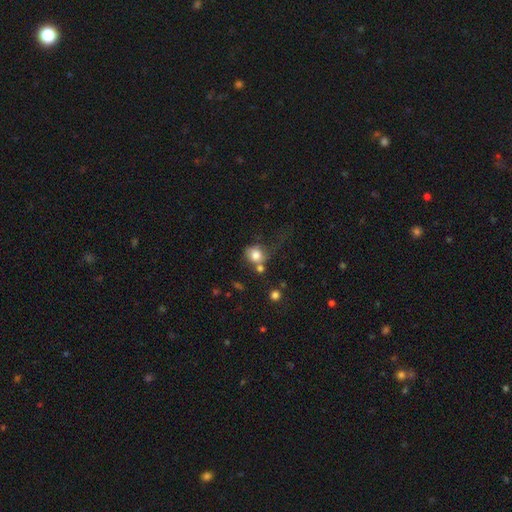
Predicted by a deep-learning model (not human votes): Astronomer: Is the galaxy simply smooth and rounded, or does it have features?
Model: smooth — 77%.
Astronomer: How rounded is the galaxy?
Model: round — 70%.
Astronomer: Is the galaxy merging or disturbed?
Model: none — 37% (runner-up: major disturbance, 21%).